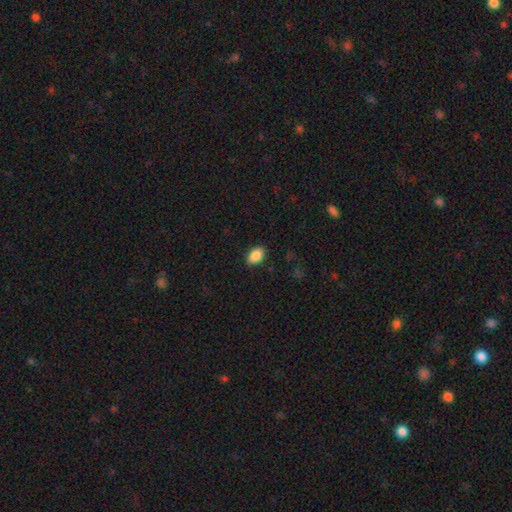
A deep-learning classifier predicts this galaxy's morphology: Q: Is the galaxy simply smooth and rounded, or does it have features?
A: smooth — 88%.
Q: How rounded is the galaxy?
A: in between — 88%.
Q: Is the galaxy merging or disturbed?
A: none — 88%.